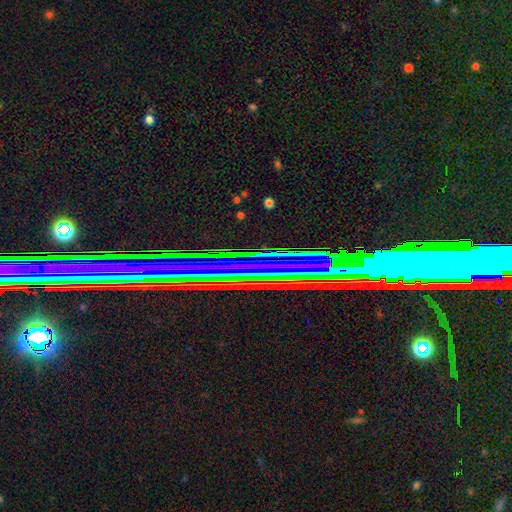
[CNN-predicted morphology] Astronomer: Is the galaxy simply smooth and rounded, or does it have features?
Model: star or artifact — 71%.